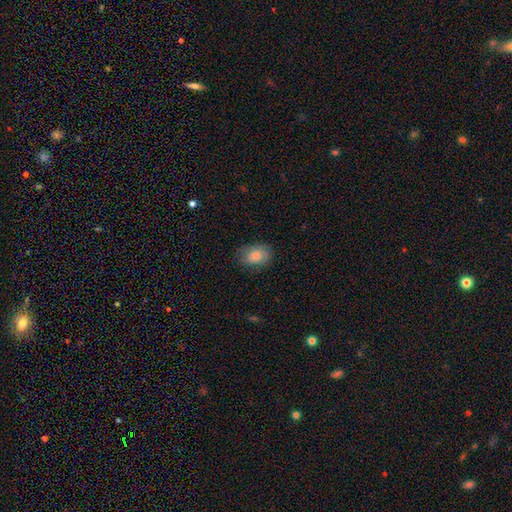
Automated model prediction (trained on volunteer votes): Q: Smooth or featured?
A: smooth (82%); runner-up: featured or disk (11%)
Q: How rounded?
A: in between (79%); runner-up: round (20%)
Q: Merging?
A: none (75%); runner-up: minor disturbance (19%)